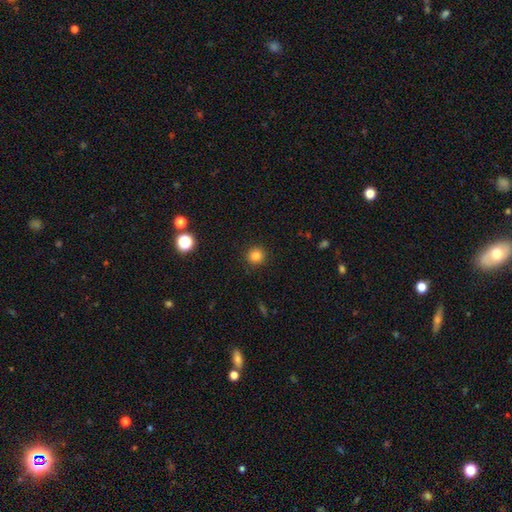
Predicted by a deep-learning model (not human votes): The model was most divided on "smooth or featured": smooth: 83%, star or artifact: 12%, featured or disk: 5%. More confident: how rounded — round (93%); merging — none (91%).